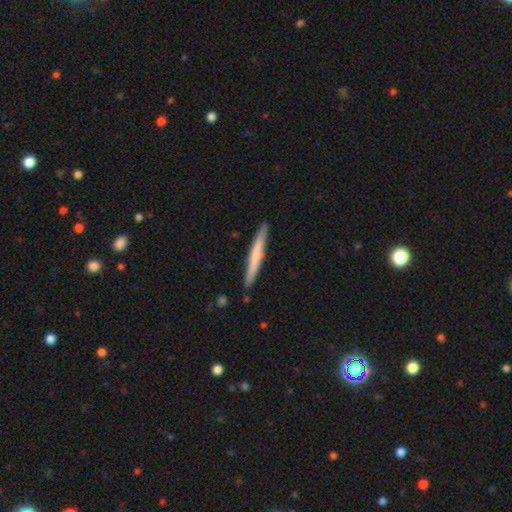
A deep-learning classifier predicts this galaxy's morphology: This appears to be a smooth galaxy with no disk features (55%) that is cigar-shaped (97%). Merging: none (89%).